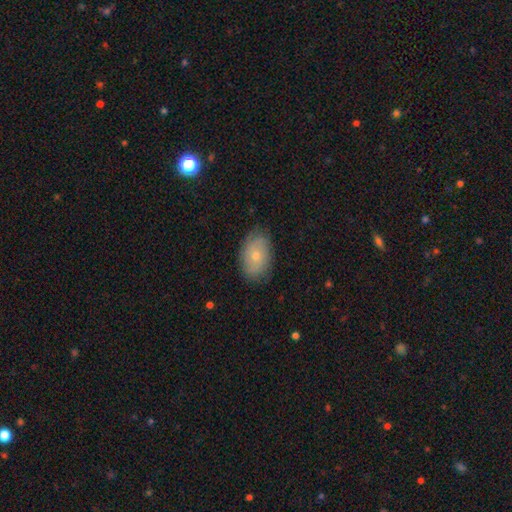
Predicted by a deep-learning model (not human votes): Smooth or featured: smooth — 58% (featured or disk — 35%)
How rounded: in between — 87% (round — 11%)
Merging: none — 79% (minor disturbance — 16%)